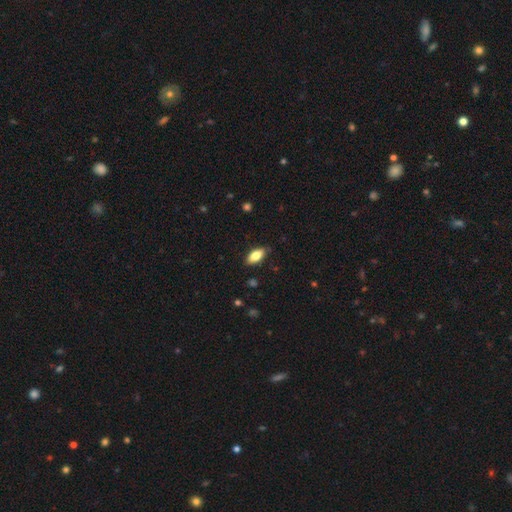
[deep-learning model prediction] A smooth galaxy with no disk features (77%) that is in between round and cigar-shaped (87%).

Vote fractions:
- Smooth or featured? smooth: 77% / featured or disk: 16% / star or artifact: 7%
- How rounded? in between: 87% / cigar-shaped: 10% / round: 3%
- Merging? none: 83% / minor disturbance: 13% / major disturbance: 2% / merger: 1%